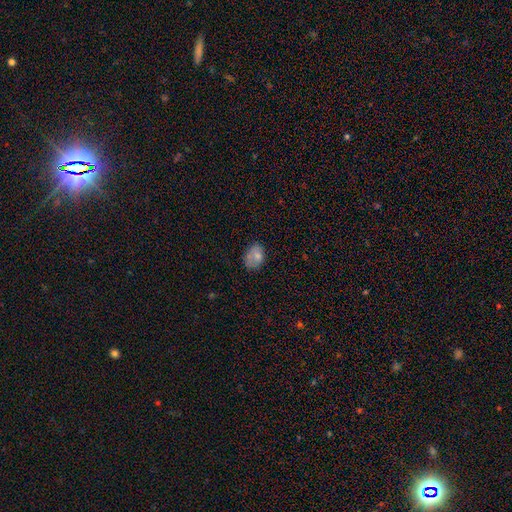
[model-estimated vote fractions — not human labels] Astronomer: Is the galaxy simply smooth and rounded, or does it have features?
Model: smooth — 74%.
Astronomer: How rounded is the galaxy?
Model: in between — 75%.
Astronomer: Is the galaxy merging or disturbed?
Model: none — 53% (runner-up: minor disturbance, 30%).